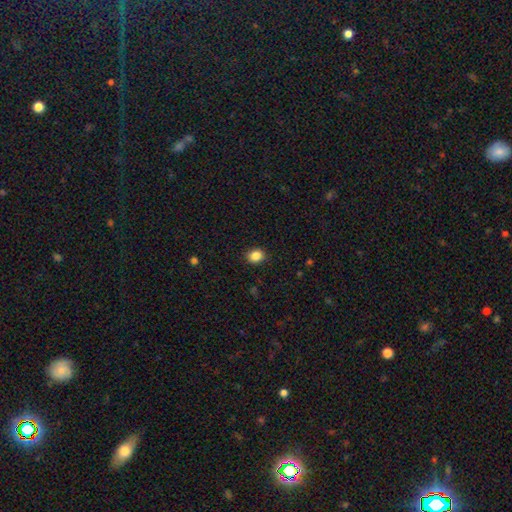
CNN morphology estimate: Smooth or featured?
  - smooth: 86% *
  - star or artifact: 10%
  - featured or disk: 4%
How rounded?
  - round: 63% *
  - in between: 37%
  - cigar-shaped: 1%
Merging?
  - none: 90% *
  - minor disturbance: 7%
  - major disturbance: 2%
  - merger: 1%